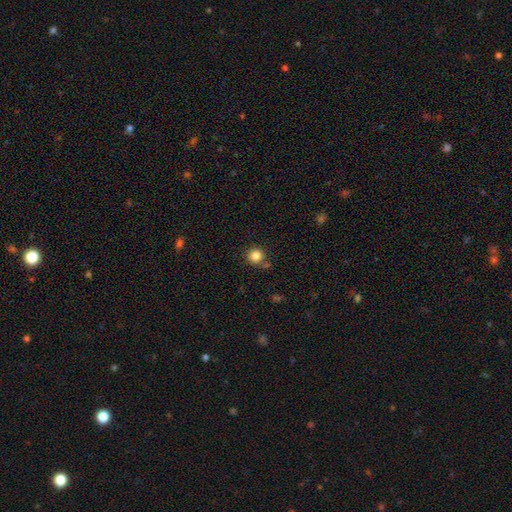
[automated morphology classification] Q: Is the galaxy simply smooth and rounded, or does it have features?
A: smooth — 84%.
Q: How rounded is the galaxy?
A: round — 93%.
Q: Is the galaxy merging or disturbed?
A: none — 80%.